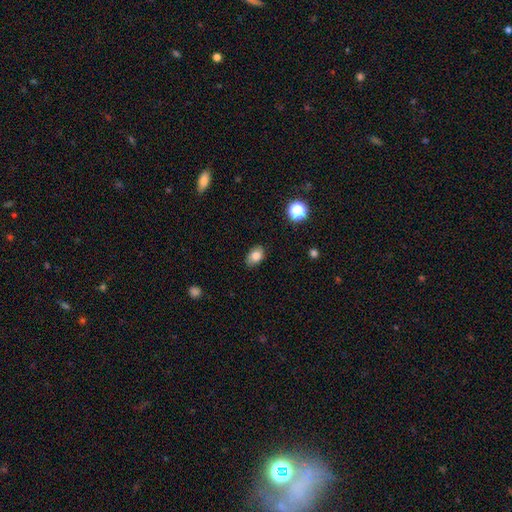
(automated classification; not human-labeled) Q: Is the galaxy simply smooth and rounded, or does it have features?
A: smooth — 83%.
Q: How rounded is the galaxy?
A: in between — 82%.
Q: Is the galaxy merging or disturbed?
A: none — 83%.